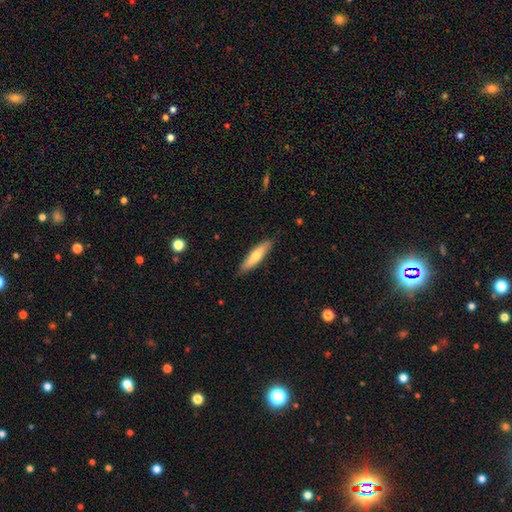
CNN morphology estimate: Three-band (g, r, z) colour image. It shows a smooth galaxy with no disk features (62%) that is cigar-shaped (72%). Merging: none (86%).